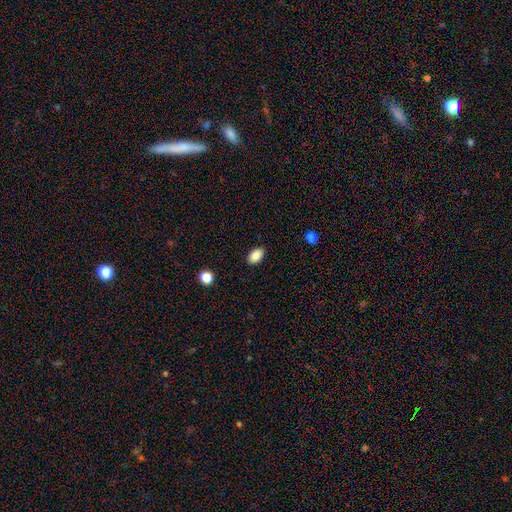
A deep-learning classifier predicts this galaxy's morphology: This appears to be a smooth galaxy with no disk features (88%) that is in between round and cigar-shaped (88%). Merging: none (87%).